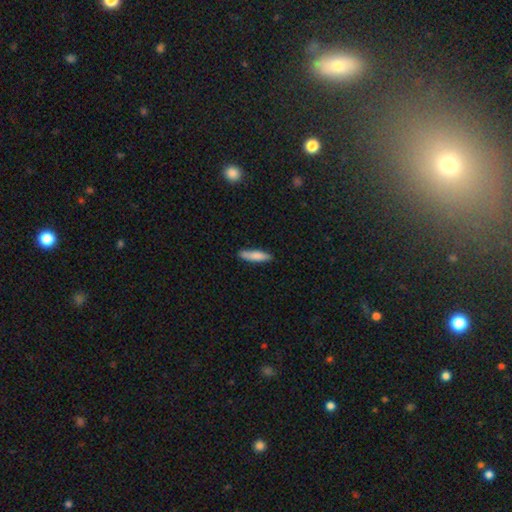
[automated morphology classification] smooth-or-featured: smooth: 81% | featured or disk: 13% | star or artifact: 6%
  how-rounded: cigar-shaped: 79% | in between: 20% | round: 1%
  merging: none: 84% | minor disturbance: 12% | major disturbance: 2% | merger: 1%